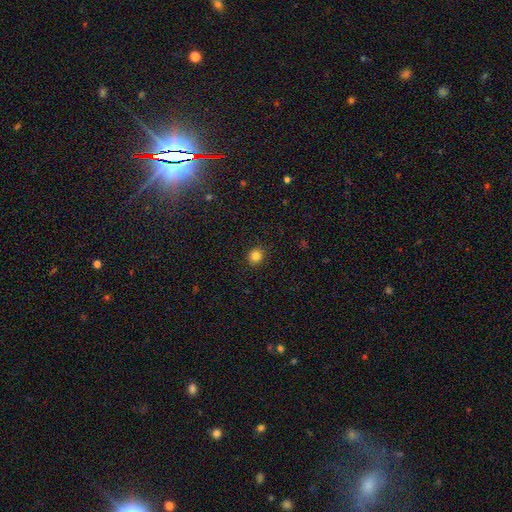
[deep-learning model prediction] A smooth galaxy with no disk features (83%) that is round (85%).

Vote fractions:
- Smooth or featured? smooth: 83% / star or artifact: 12% / featured or disk: 5%
- How rounded? round: 85% / in between: 14% / cigar-shaped: 1%
- Merging? none: 91% / minor disturbance: 6% / major disturbance: 2% / merger: 1%